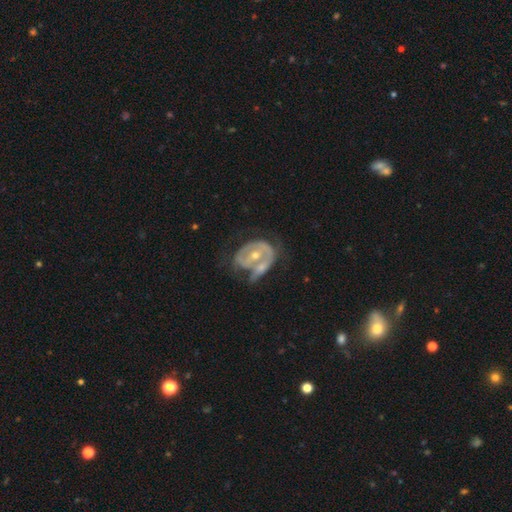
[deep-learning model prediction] Smooth or featured?
  - featured or disk: 74% *
  - smooth: 20%
  - star or artifact: 6%
Edge-on disk?
  - no: 96% *
  - yes: 4%
Bar?
  - no: 47% *
  - weak: 32%
  - strong: 21%
Spiral arms?
  - yes: 52% *
  - no: 48%
Bulge size?
  - moderate: 53% *
  - small: 43%
  - large: 1%
  - none: 1%
  - dominant: 1%
Merging?
  - merger: 30% *
  - none: 28%
  - minor disturbance: 22%
  - major disturbance: 21%